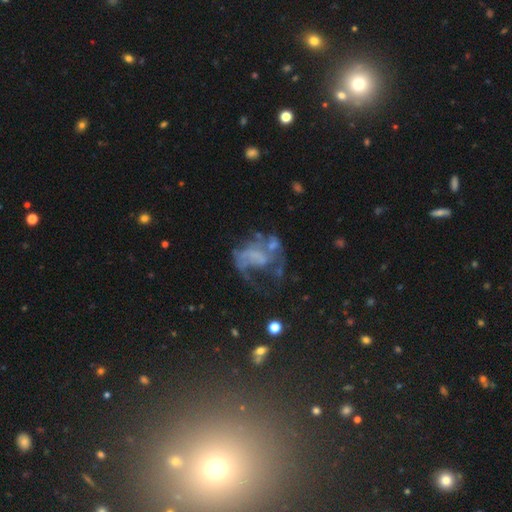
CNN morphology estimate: Overall: featured or disk (62%). Edge-on disk: no (98%). Bar: no (75%). Spiral arms: no (55%; yes 45%). Bulge size: none (72%). Merging: major disturbance (48%; none 26%).